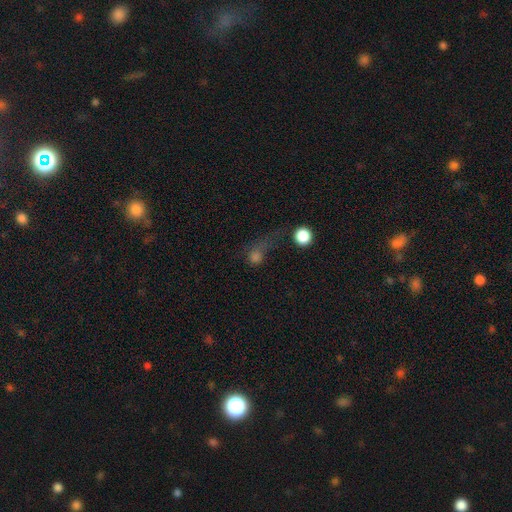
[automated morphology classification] Smooth or featured? Predicted: smooth (p=0.64). How rounded? Predicted: round (p=0.68). Merging? Predicted: major disturbance (p=0.41).